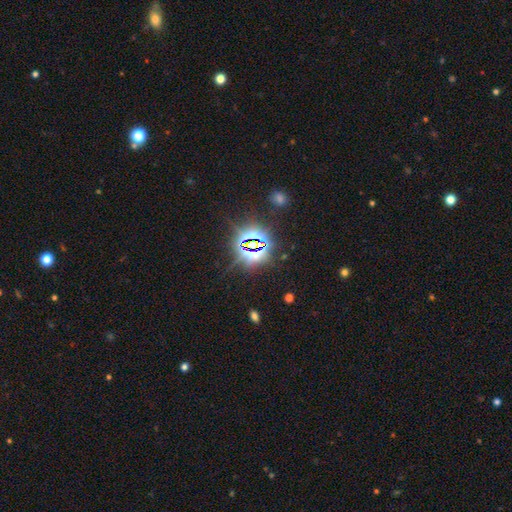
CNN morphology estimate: Q: Smooth or featured?
A: star or artifact (82%); runner-up: smooth (10%)